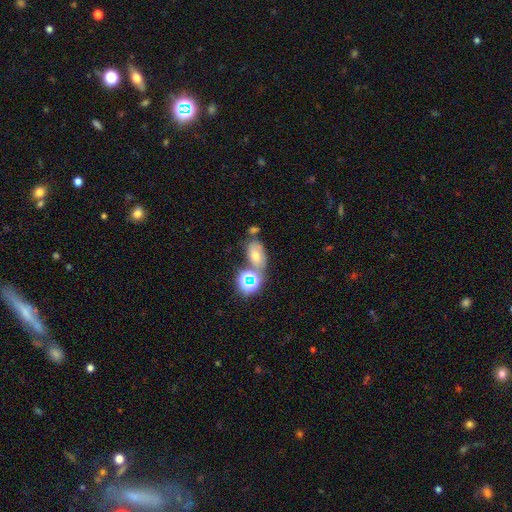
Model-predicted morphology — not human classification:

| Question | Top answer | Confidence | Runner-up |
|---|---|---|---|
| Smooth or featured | smooth | 44% | star or artifact (31%) |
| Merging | none | 56% | merger (22%) |